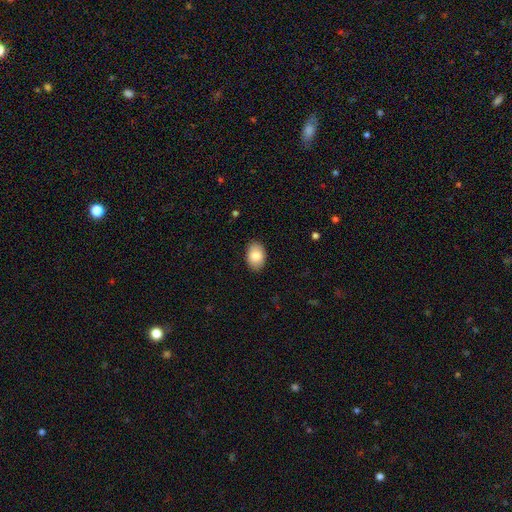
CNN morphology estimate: This appears to be a smooth galaxy with no disk features (85%) that is in between round and cigar-shaped (87%). Merging: none (88%).